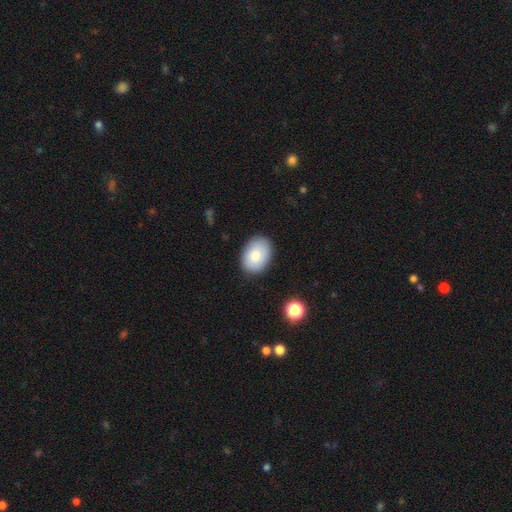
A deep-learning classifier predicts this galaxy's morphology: Smooth or featured? Predicted: smooth (p=0.80). How rounded? Predicted: in between (p=0.77). Merging? Predicted: none (p=0.86).